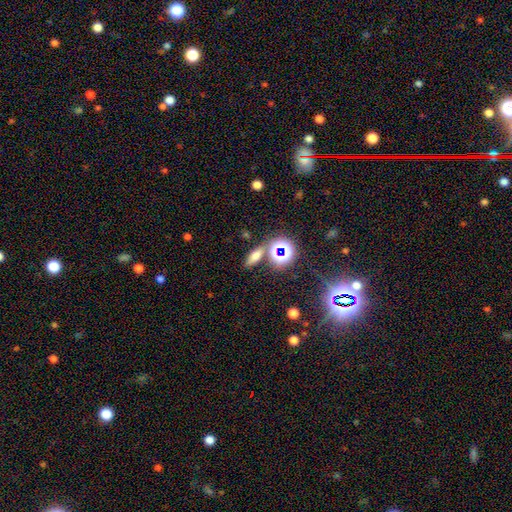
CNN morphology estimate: smooth 58%, star or artifact 26%, featured or disk 16%. Down the decision tree: how rounded — in between (50%); merging — none (74%).